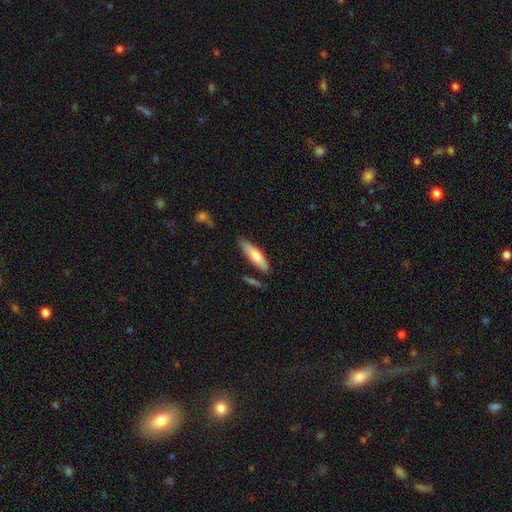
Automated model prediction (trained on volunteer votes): The model was most divided on "how rounded": cigar-shaped: 65%, in between: 33%, round: 2%. More confident: merging — none (79%); smooth or featured — smooth (71%).